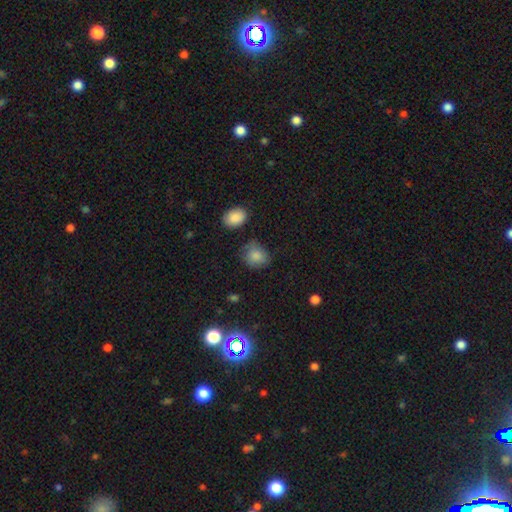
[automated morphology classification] Overall: smooth (83%). How rounded: round (65%; in between 34%). Merging: none (65%).